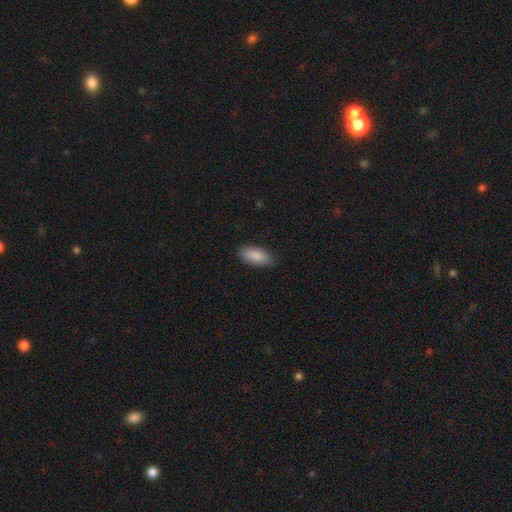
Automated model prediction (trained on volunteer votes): Smooth or featured? smooth (88%)
How rounded? in between (88%)
Merging? none (82%)